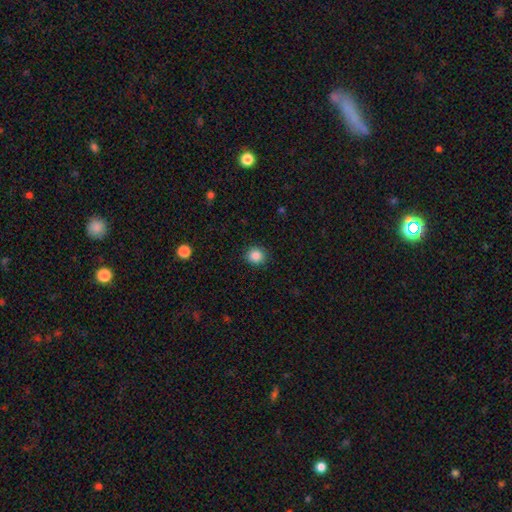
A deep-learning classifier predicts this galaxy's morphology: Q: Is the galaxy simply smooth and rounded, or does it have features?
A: smooth — 86%.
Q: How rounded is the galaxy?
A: round — 86%.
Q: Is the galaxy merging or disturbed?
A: none — 90%.